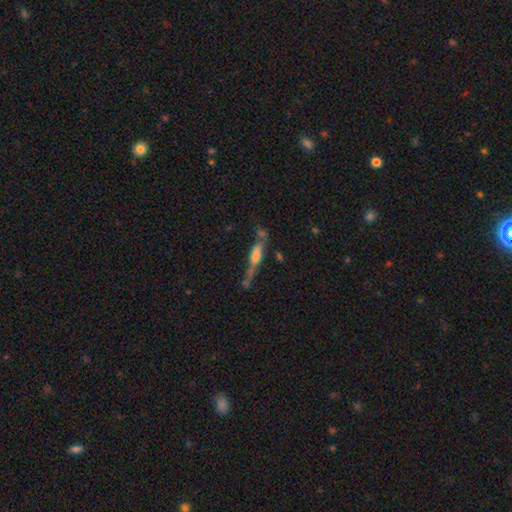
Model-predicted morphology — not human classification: type=featured or disk (55%); edge-on=yes (79%); merging=none (41%).